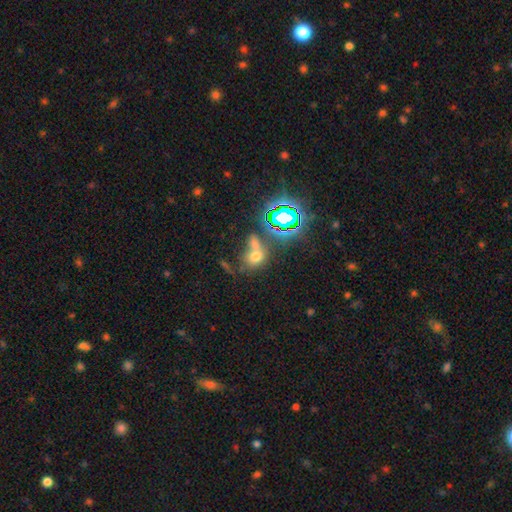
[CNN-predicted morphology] Smooth or featured?
  - smooth: 56% *
  - star or artifact: 29%
  - featured or disk: 15%
How rounded?
  - in between: 52% *
  - round: 46%
  - cigar-shaped: 2%
Merging?
  - merger: 50% *
  - none: 32%
  - minor disturbance: 10%
  - major disturbance: 8%